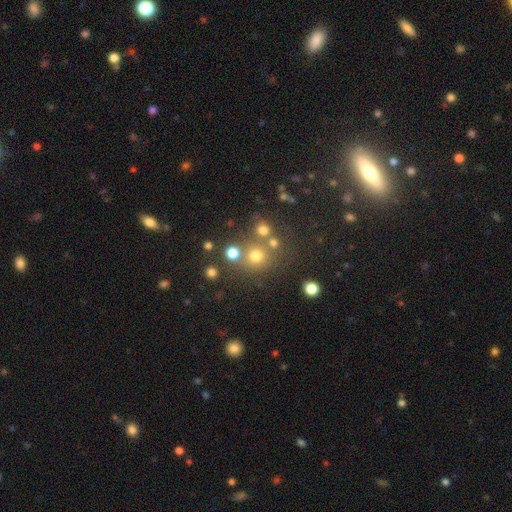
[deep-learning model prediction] Smooth or featured? smooth (66%)
How rounded? round (89%)
Merging? none (68%)